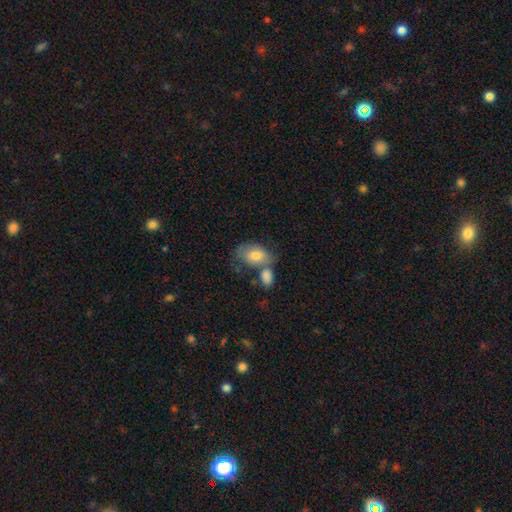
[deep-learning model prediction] A smooth galaxy with no disk features (73%) that is in between round and cigar-shaped (83%). Merging: merger (40%).